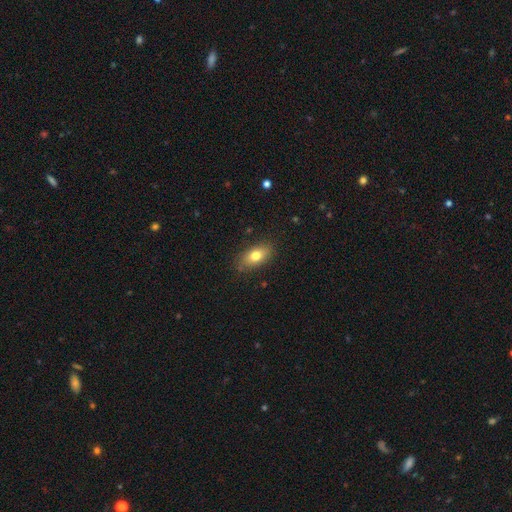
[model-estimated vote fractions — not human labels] The model was most divided on "smooth or featured": smooth: 76%, featured or disk: 16%, star or artifact: 8%. More confident: how rounded — in between (86%); merging — none (83%).